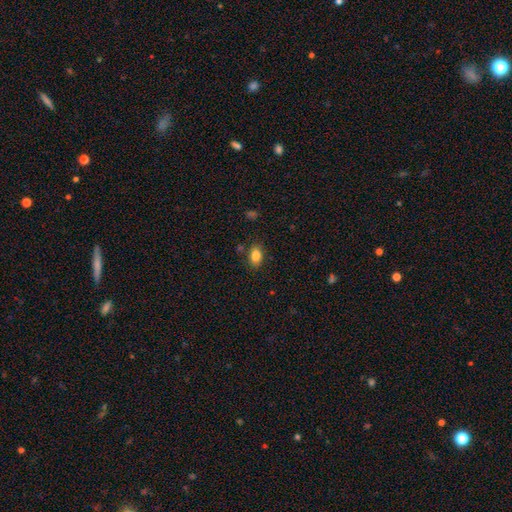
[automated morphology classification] smooth-or-featured: smooth: 85% | star or artifact: 9% | featured or disk: 6%
  how-rounded: in between: 85% | round: 13% | cigar-shaped: 2%
  merging: none: 82% | minor disturbance: 12% | major disturbance: 3% | merger: 3%